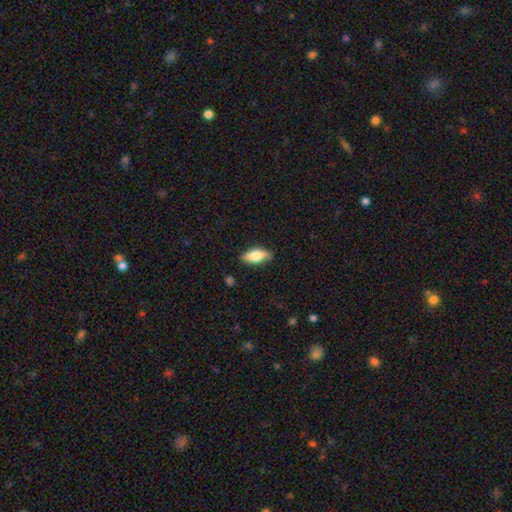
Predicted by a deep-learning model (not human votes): smooth 71%, featured or disk 23%, star or artifact 7%. Down the decision tree: how rounded — in between (81%); merging — none (81%).